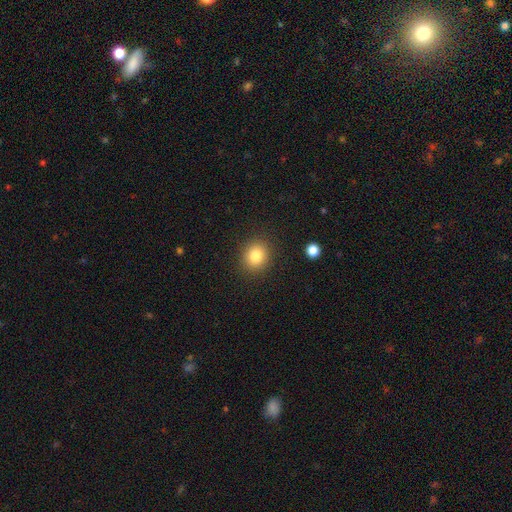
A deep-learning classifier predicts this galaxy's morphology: Smooth or featured?
  - smooth: 82% *
  - star or artifact: 11%
  - featured or disk: 7%
How rounded?
  - round: 77% *
  - in between: 22%
  - cigar-shaped: 1%
Merging?
  - none: 89% *
  - minor disturbance: 7%
  - major disturbance: 3%
  - merger: 1%